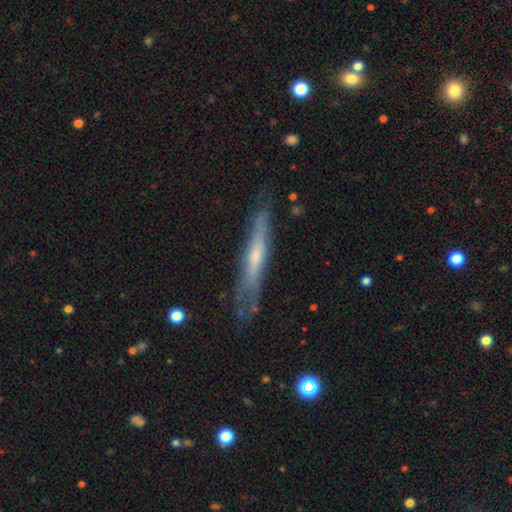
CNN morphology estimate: Smooth or featured? Predicted: featured or disk (p=0.53). Edge-on disk? Predicted: yes (p=0.86). Merging? Predicted: none (p=0.74).